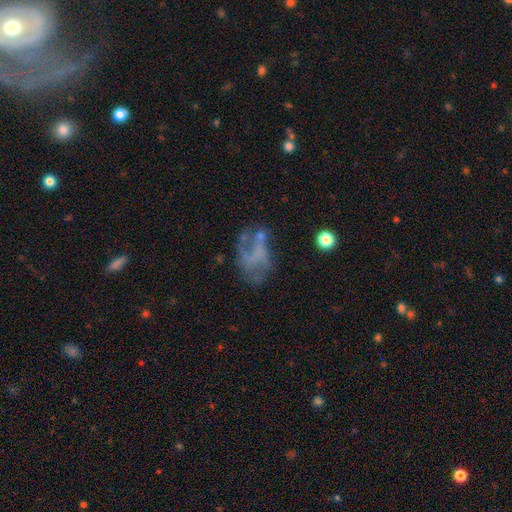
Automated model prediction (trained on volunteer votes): smooth-or-featured: featured or disk: 56% | smooth: 28% | star or artifact: 16%
  disk-edge-on: no: 97% | yes: 3%
    bar: no: 80% | weak: 15% | strong: 5%
    has-spiral-arms: no: 66% | yes: 34%
    bulge-size: none: 80% | small: 10% | moderate: 7% | large: 3% | dominant: 1%
  merging: major disturbance: 37% | none: 35% | minor disturbance: 19% | merger: 9%